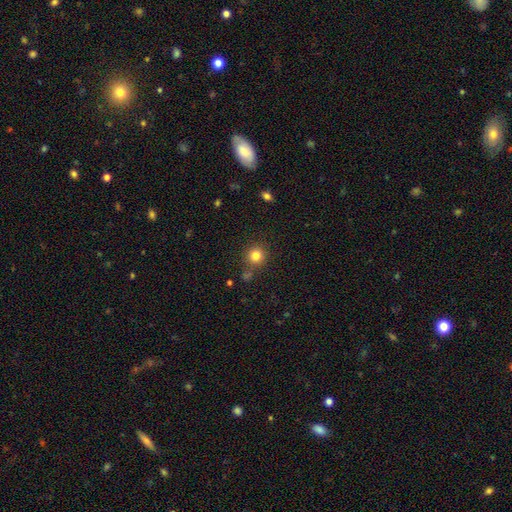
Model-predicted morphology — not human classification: A smooth galaxy with no disk features (82%) that is round (93%). Merging: none (81%).